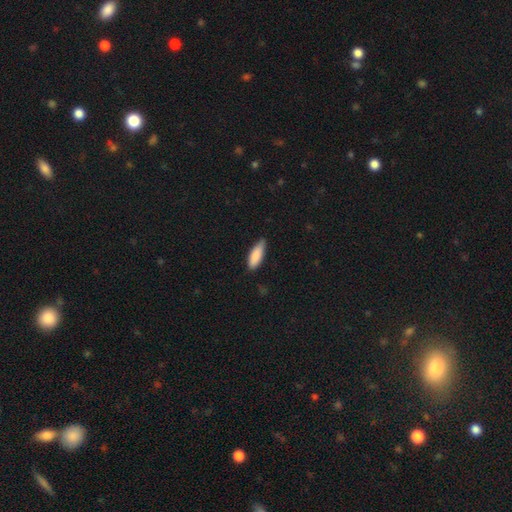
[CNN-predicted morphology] Smooth or featured?
  - smooth: 87% *
  - featured or disk: 7%
  - star or artifact: 6%
How rounded?
  - in between: 60% *
  - cigar-shaped: 38%
  - round: 2%
Merging?
  - none: 74% *
  - minor disturbance: 22%
  - major disturbance: 3%
  - merger: 1%